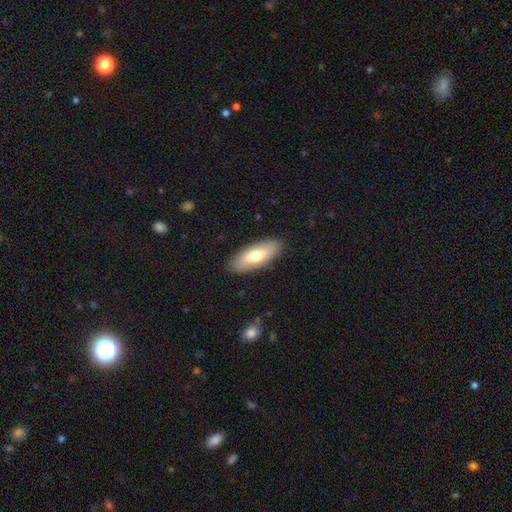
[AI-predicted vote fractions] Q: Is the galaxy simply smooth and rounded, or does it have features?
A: smooth — 67%.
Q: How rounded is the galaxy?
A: in between — 69%.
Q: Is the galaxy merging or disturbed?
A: none — 88%.